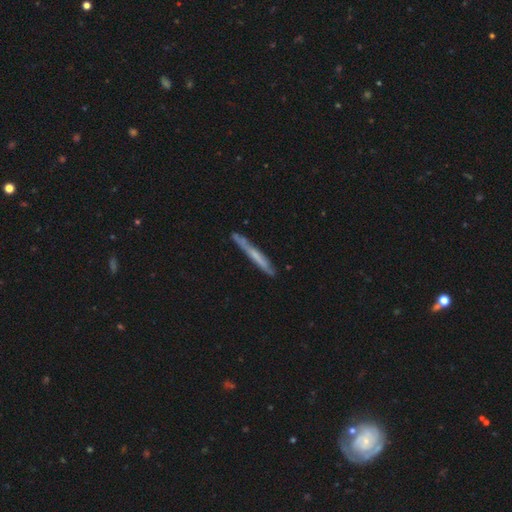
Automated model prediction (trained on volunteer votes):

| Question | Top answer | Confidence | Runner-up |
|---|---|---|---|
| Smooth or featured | smooth | 47% | featured or disk (46%) |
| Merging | none | 81% | minor disturbance (14%) |